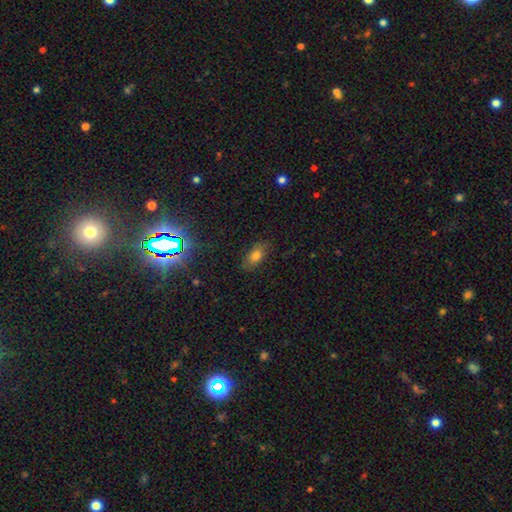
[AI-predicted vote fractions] smooth-or-featured: smooth: 72% | featured or disk: 16% | star or artifact: 13%
  how-rounded: in between: 85% | cigar-shaped: 8% | round: 7%
  merging: none: 79% | minor disturbance: 16% | major disturbance: 4% | merger: 1%